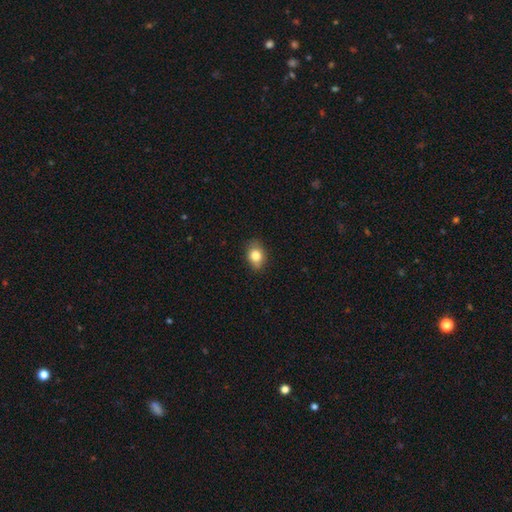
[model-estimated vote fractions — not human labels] A smooth galaxy with no disk features (82%) that is in between round and cigar-shaped (63%). Merging: none (82%).